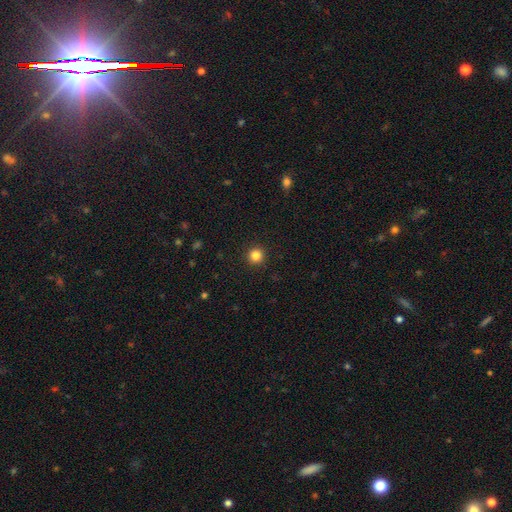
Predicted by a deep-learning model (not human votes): smooth-or-featured: smooth: 84% | star or artifact: 12% | featured or disk: 4%
  how-rounded: round: 96% | in between: 3% | cigar-shaped: 1%
  merging: none: 93% | minor disturbance: 4% | major disturbance: 2% | merger: 1%